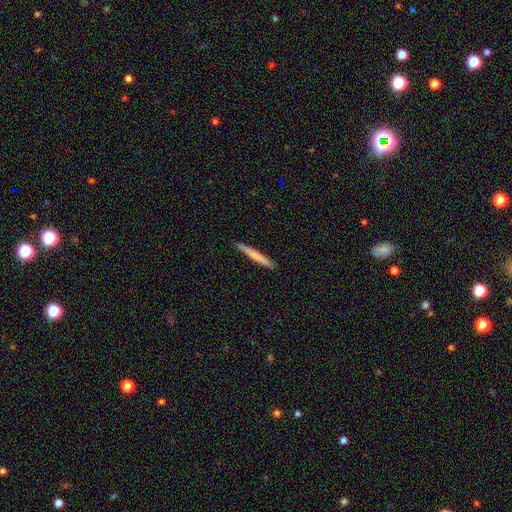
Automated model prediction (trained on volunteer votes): A smooth galaxy with no disk features (67%) that is cigar-shaped (97%). Merging: none (91%).